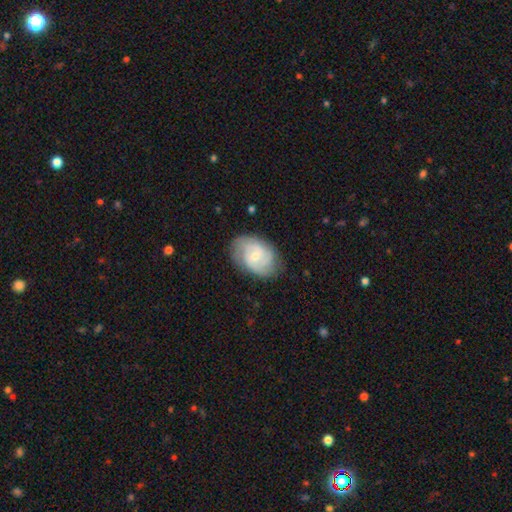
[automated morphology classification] A featured or disk galaxy (70%) with no bar (47%), 2 (56%) tight (47%) spiral arms (91%) and a small central bulge (60%). Merging: none (75%).